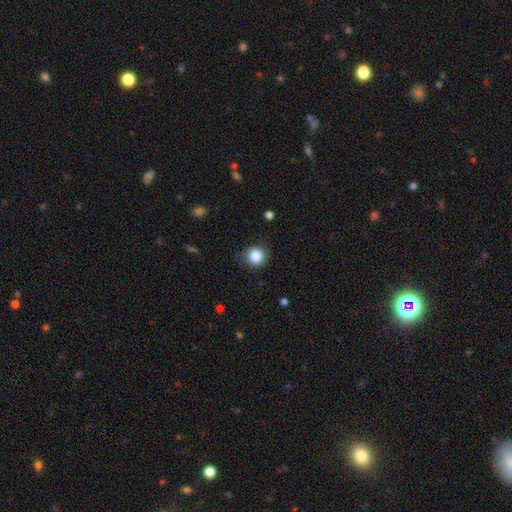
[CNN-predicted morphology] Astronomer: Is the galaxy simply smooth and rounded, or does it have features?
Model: smooth — 85%.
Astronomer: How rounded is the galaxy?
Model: round — 89%.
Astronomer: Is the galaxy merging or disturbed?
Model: none — 81%.